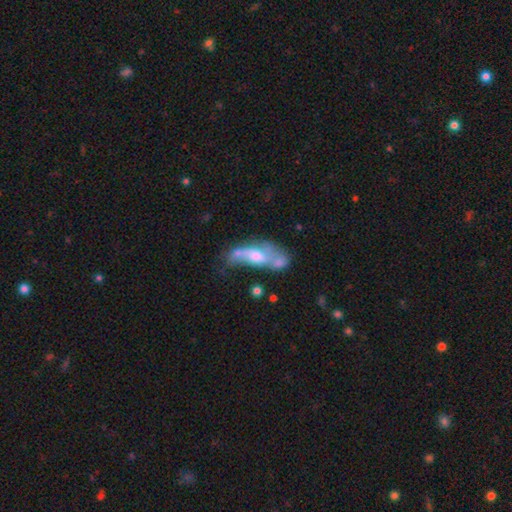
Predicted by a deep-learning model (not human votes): This is possibly a featured or disk galaxy (54%). It is clearly not viewed edge-on (86%). Merging: marginally merger (41%).